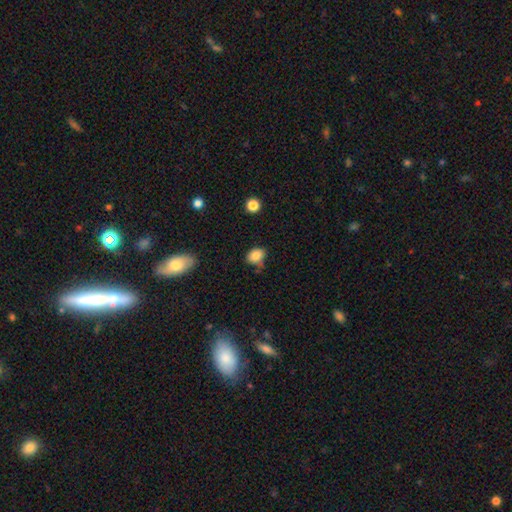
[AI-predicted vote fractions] This is clearly a smooth galaxy (84%). How rounded: likely in between (66%). Merging: possibly none (55%).